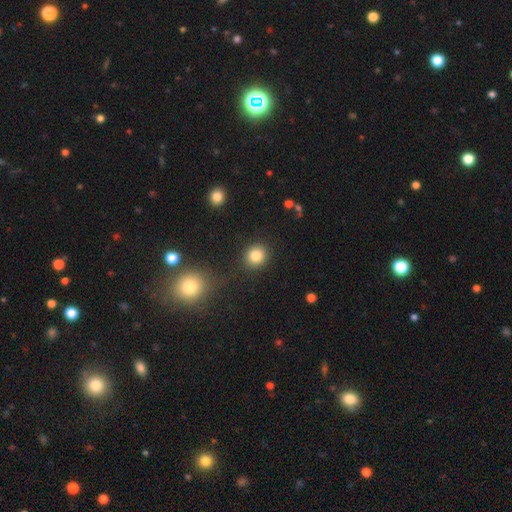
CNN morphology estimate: A smooth galaxy with no disk features (83%) that is round (85%). Merging: none (87%).